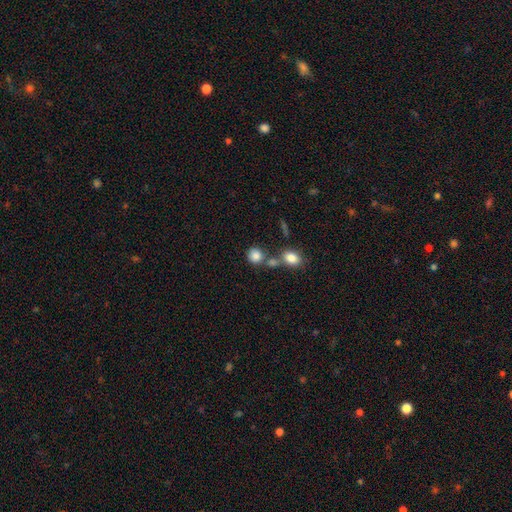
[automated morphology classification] smooth 84%, star or artifact 10%, featured or disk 6%. Down the decision tree: how rounded — round (79%); merging — none (56%).